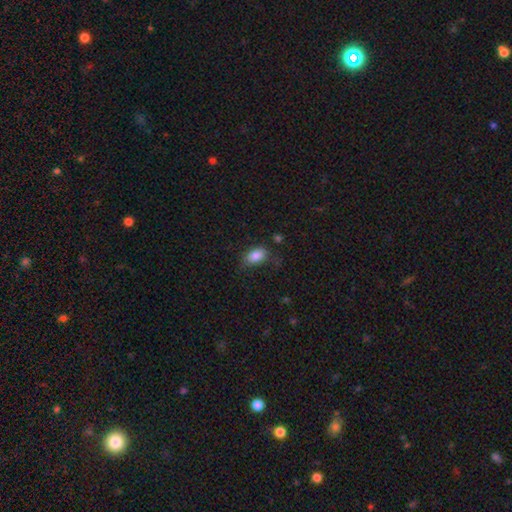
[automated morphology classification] smooth-or-featured: smooth: 84% | star or artifact: 9% | featured or disk: 7%
  how-rounded: in between: 89% | round: 9% | cigar-shaped: 2%
  merging: none: 63% | minor disturbance: 26% | major disturbance: 9% | merger: 2%